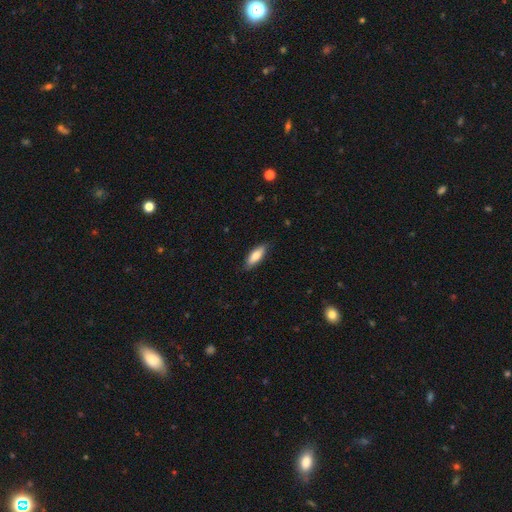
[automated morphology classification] Smooth or featured? Predicted: smooth (p=0.76). How rounded? Predicted: in between (p=0.61). Merging? Predicted: none (p=0.84).